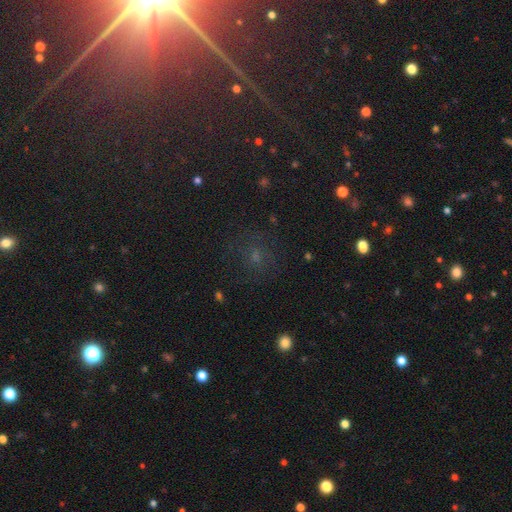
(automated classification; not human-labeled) Smooth or featured: star or artifact — 47% (smooth — 40%)